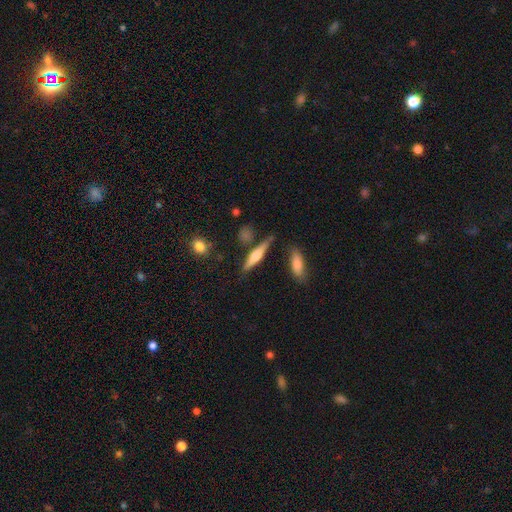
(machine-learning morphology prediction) Smooth or featured? featured or disk (51%)
Edge-on disk? yes (95%)
Merging? none (77%)